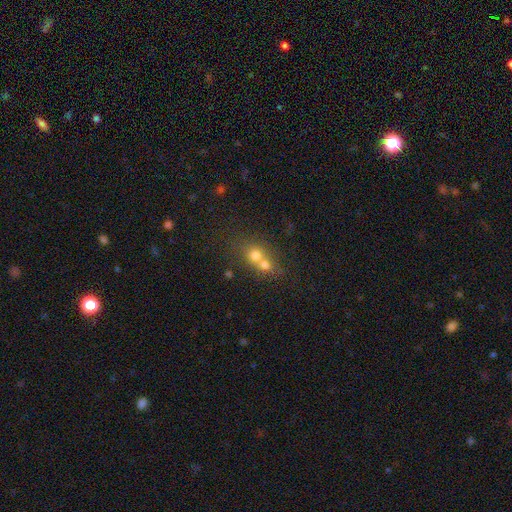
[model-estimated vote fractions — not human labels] This is likely a smooth galaxy (69%). How rounded: likely round (72%). Merging: likely merger (67%).